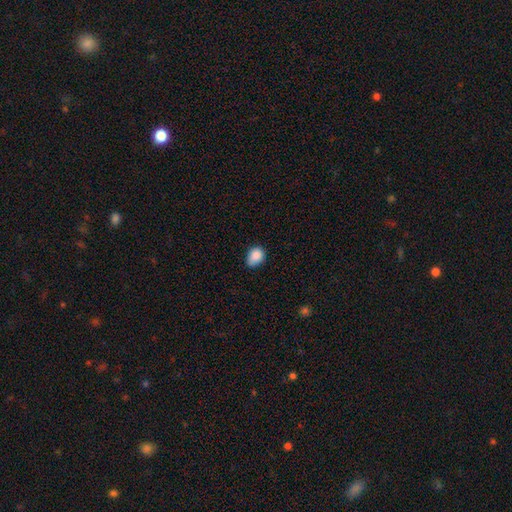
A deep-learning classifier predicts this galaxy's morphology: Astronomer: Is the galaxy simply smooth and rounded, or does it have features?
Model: smooth — 88%.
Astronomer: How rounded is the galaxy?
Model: in between — 66%.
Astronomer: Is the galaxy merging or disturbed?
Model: none — 65%.